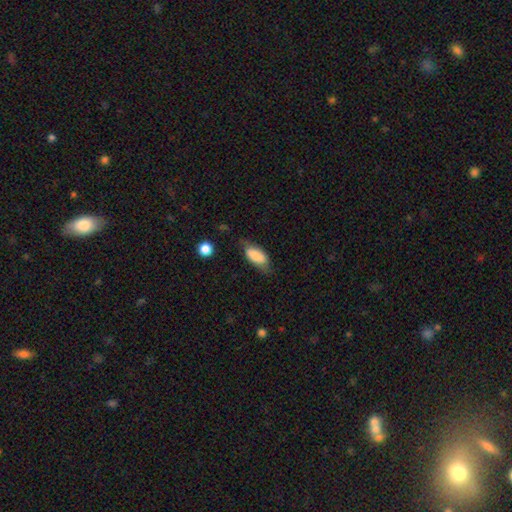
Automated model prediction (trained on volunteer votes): This appears to be a smooth galaxy with no disk features (79%) that is in between round and cigar-shaped (85%). Merging: none (56%).